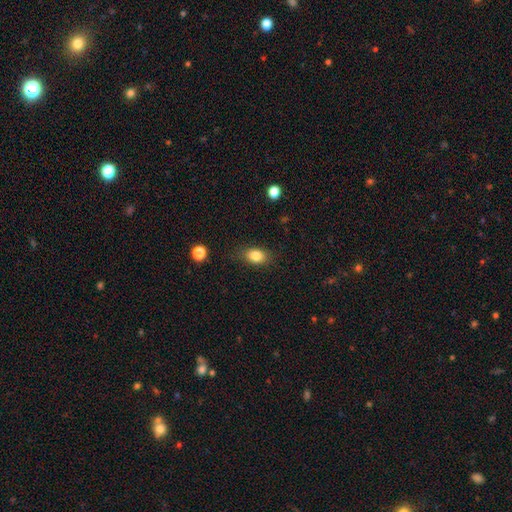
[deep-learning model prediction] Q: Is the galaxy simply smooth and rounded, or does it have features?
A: smooth — 84%.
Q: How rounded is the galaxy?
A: in between — 78%.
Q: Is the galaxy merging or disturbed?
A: none — 81%.